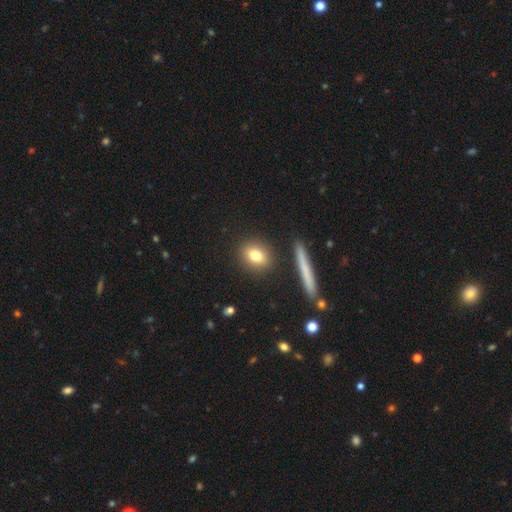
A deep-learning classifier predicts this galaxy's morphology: smooth 78%, featured or disk 12%, star or artifact 9%. Down the decision tree: how rounded — round (48%); merging — none (87%).